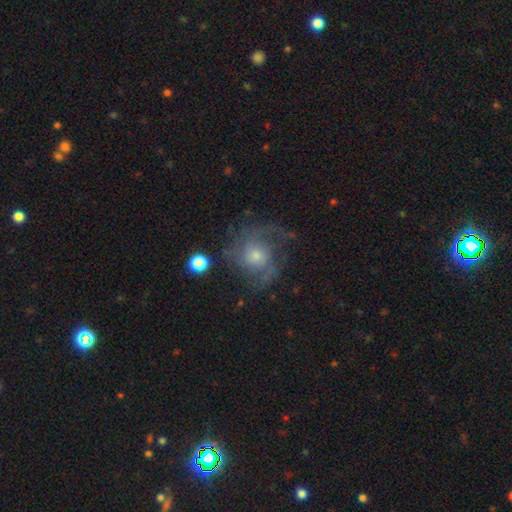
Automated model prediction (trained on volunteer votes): A featured or disk galaxy (74%) with no bar (78%), 2 (43%) medium (49%) spiral arms (91%) and a small central bulge (51%). Merging: none (62%).